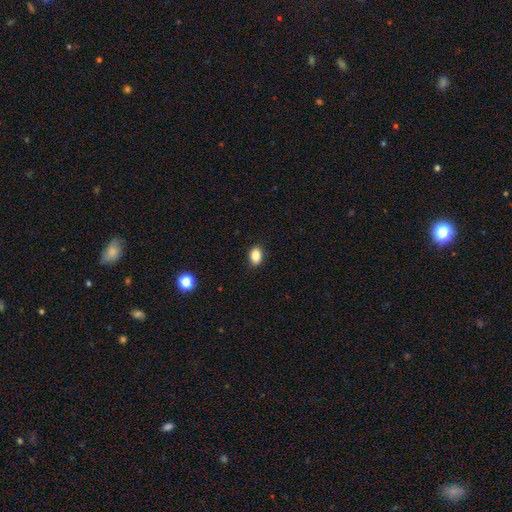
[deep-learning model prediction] A smooth galaxy with no disk features (85%) that is in between round and cigar-shaped (80%).

Vote fractions:
- Smooth or featured? smooth: 85% / star or artifact: 9% / featured or disk: 6%
- How rounded? in between: 80% / round: 19% / cigar-shaped: 1%
- Merging? none: 89% / minor disturbance: 8% / major disturbance: 2% / merger: 1%